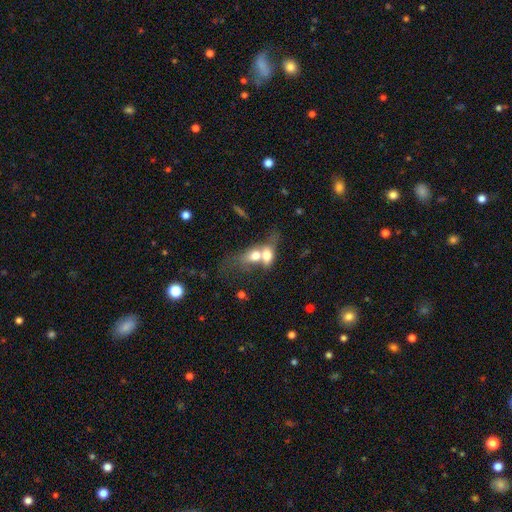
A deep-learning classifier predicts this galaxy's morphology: Overall: smooth (65%; featured or disk 26%). How rounded: in between (66%). Merging: merger (79%).